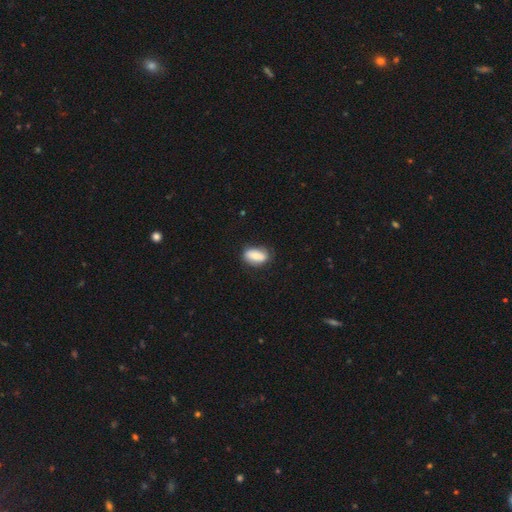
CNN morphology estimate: Smooth or featured? Predicted: smooth (p=0.74). How rounded? Predicted: in between (p=0.89). Merging? Predicted: none (p=0.74).